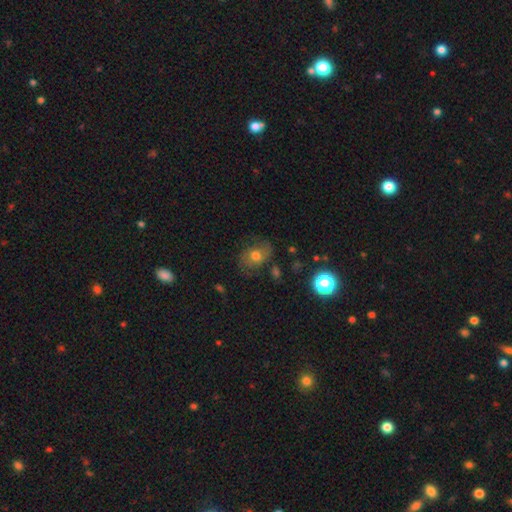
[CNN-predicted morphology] A smooth galaxy with no disk features (49%). Merging: none (66%).